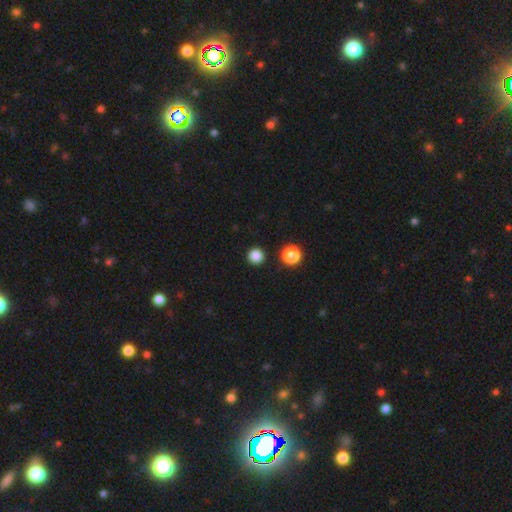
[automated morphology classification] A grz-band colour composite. It shows a smooth galaxy with no disk features (84%) that is round (95%). Merging: none (91%).